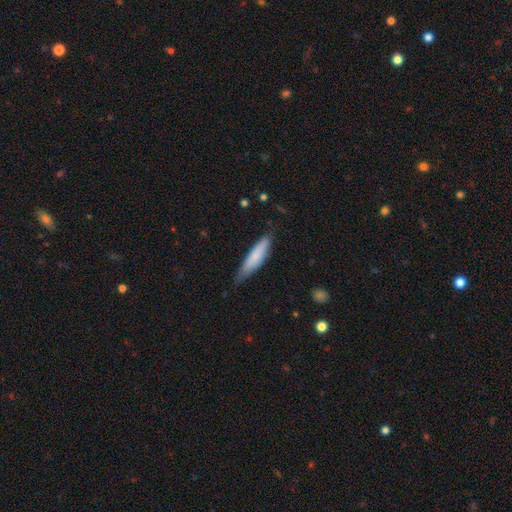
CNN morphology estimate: The model was most divided on "merging": none: 66%, minor disturbance: 28%, major disturbance: 5%, merger: 2%. More confident: how rounded — cigar-shaped (78%); smooth or featured — smooth (75%).